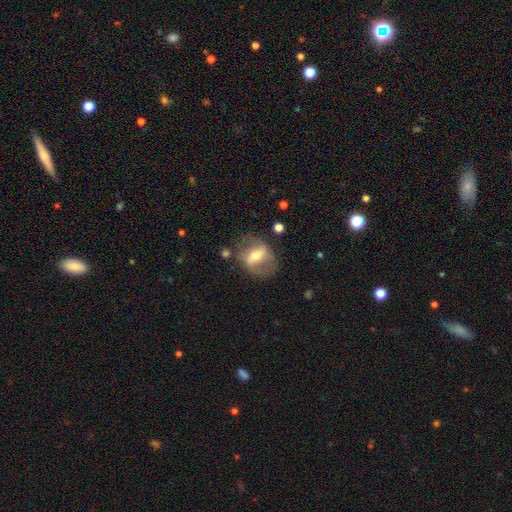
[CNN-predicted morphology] A featured or disk galaxy (65%) with a strong bar (59%), no spiral arms (53%) and a moderate central bulge (64%). Merging: none (68%).